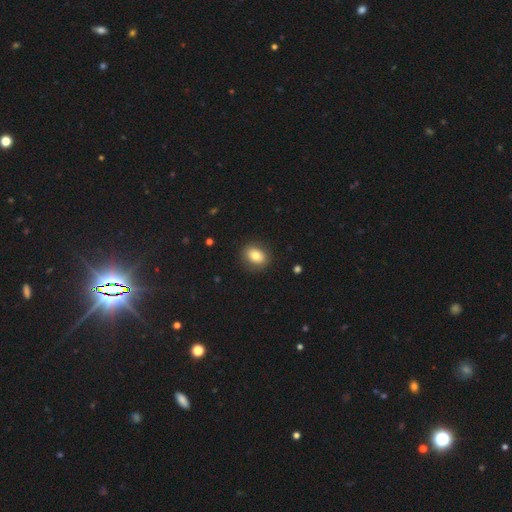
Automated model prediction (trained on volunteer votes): Smooth or featured?
  - smooth: 79% *
  - featured or disk: 12%
  - star or artifact: 9%
How rounded?
  - in between: 60% *
  - round: 39%
  - cigar-shaped: 1%
Merging?
  - none: 87% *
  - minor disturbance: 9%
  - major disturbance: 3%
  - merger: 1%